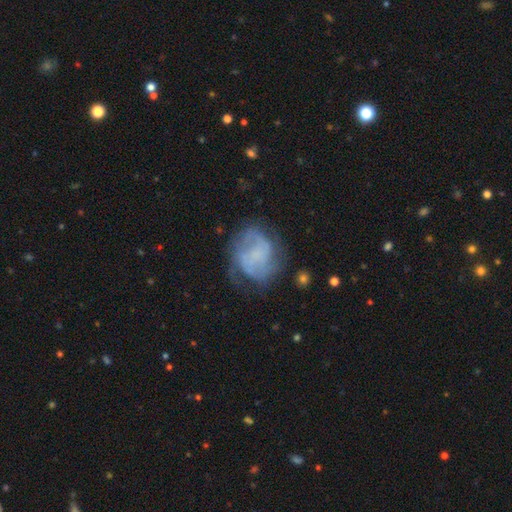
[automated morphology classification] smooth_or_featured: featured or disk (p=0.68) [alt: smooth p=0.23]
disk_edge_on: no (p=0.98) [alt: yes p=0.02]
bar: no (p=0.60) [alt: weak p=0.31]
has_spiral_arms: yes (p=0.85) [alt: no p=0.15]
spiral_winding: medium (p=0.44) [alt: tight p=0.33]
spiral_arm_count: 2 (p=0.48) [alt: can't tell p=0.23]
bulge_size: none (p=0.57) [alt: small p=0.27]
merging: none (p=0.60) [alt: minor disturbance p=0.22]